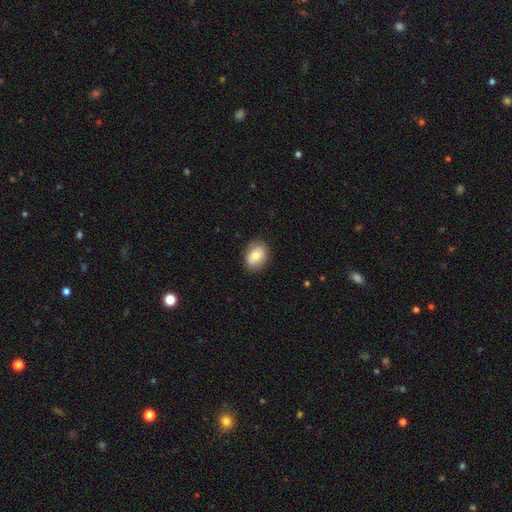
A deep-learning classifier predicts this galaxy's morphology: smooth_or_featured: smooth (p=0.76) [alt: featured or disk p=0.16]
how_rounded: in between (p=0.66) [alt: round p=0.33]
merging: none (p=0.85) [alt: minor disturbance p=0.12]